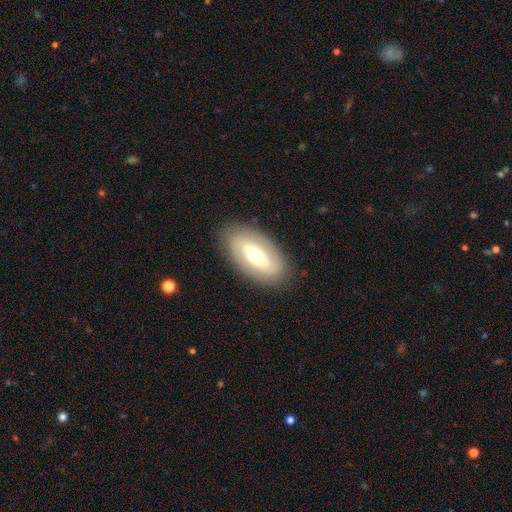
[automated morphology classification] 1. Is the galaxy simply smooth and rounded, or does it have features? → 56% featured or disk, 38% smooth, 6% star or artifact.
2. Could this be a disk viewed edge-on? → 87% no, 13% yes.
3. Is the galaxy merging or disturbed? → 85% none, 10% minor disturbance, 4% major disturbance, 1% merger.